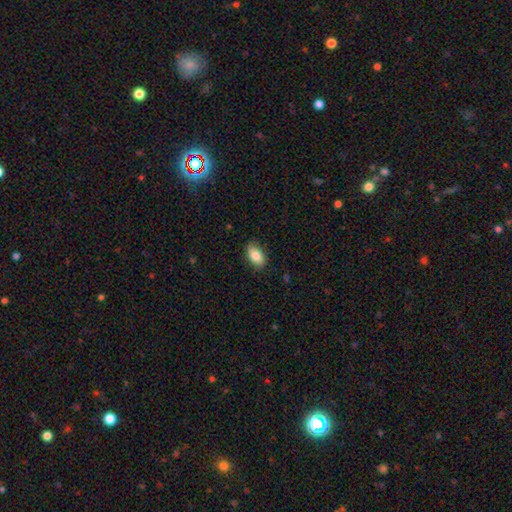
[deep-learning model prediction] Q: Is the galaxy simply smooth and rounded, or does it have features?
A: smooth — 84%.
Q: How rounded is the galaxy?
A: in between — 91%.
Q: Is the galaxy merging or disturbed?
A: none — 83%.